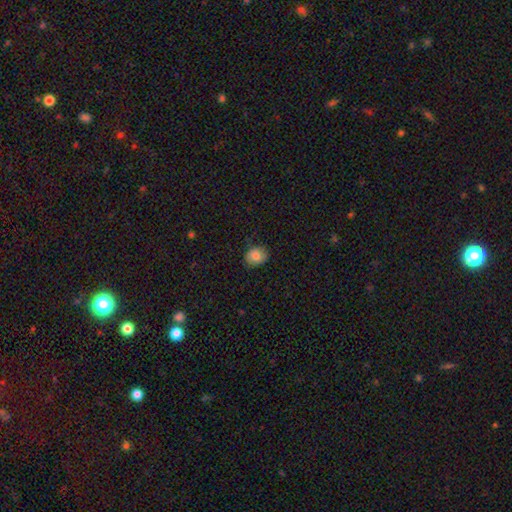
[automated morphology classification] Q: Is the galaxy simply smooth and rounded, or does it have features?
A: smooth — 83%.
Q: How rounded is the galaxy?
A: round — 56%.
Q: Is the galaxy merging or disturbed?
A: none — 81%.